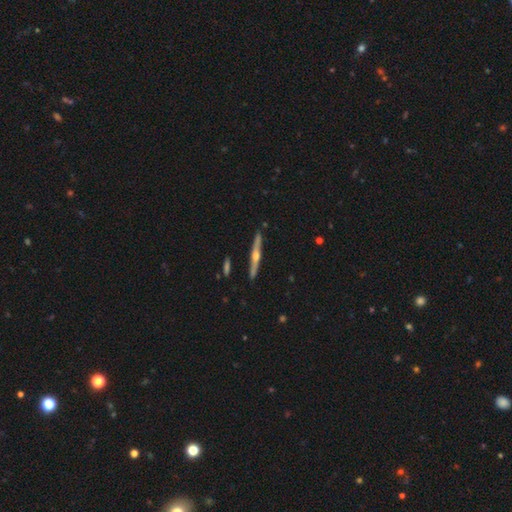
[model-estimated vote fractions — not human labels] smooth-or-featured: featured or disk: 77% | smooth: 17% | star or artifact: 5%
  disk-edge-on: yes: 98% | no: 2%
    edge-on-bulge: rounded: 93% | none: 4% | boxy: 3%
  merging: none: 91% | minor disturbance: 6% | merger: 2% | major disturbance: 1%